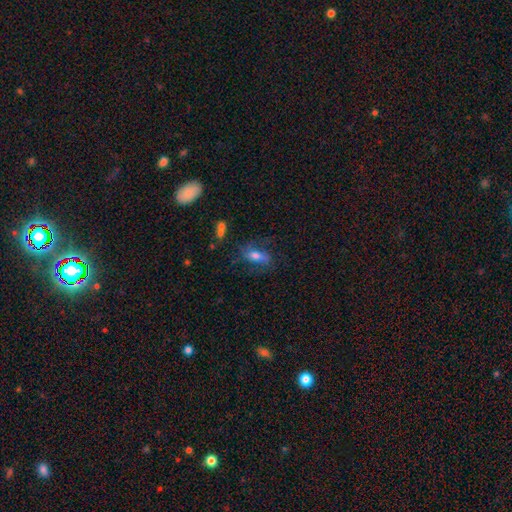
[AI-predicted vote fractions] A smooth galaxy with no disk features (45%, tied with featured or disk). Merging: none (59%).